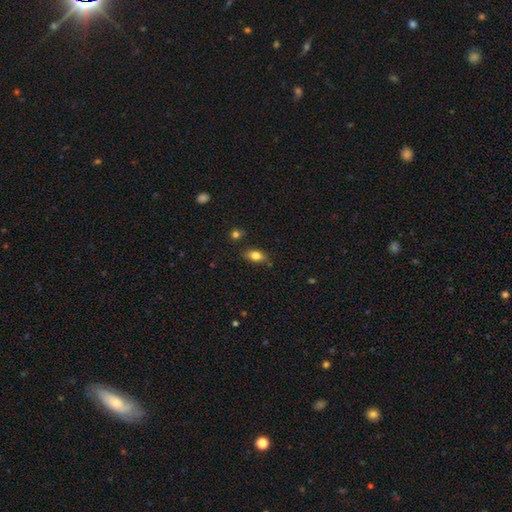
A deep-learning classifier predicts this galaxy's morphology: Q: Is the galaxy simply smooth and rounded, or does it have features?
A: smooth — 80%.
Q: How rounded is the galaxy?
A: in between — 82%.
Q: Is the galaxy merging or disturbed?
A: none — 74%.